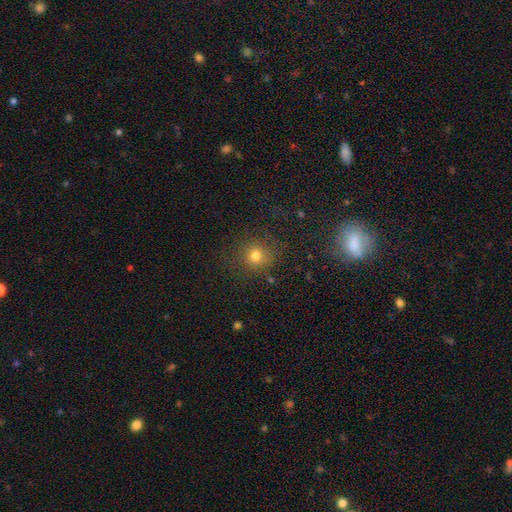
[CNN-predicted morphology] Smooth or featured? smooth (74%)
How rounded? round (87%)
Merging? none (80%)